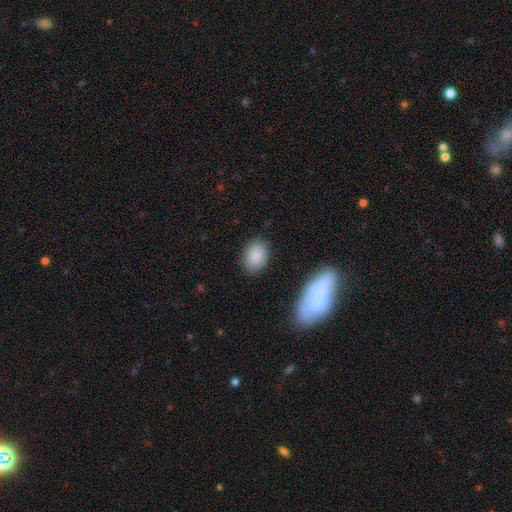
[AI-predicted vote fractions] A smooth galaxy with no disk features (86%) that is in between round and cigar-shaped (74%).

Vote fractions:
- Smooth or featured? smooth: 86% / star or artifact: 8% / featured or disk: 6%
- How rounded? in between: 74% / round: 25% / cigar-shaped: 1%
- Merging? none: 85% / minor disturbance: 11% / major disturbance: 3% / merger: 2%